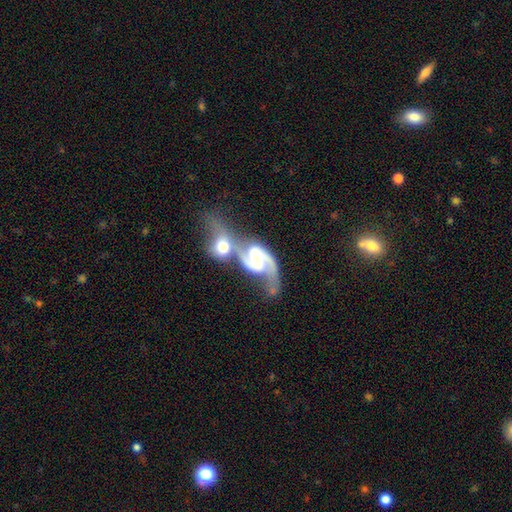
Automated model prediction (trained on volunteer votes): Smooth or featured?
  - featured or disk: 89% *
  - smooth: 6%
  - star or artifact: 5%
Edge-on disk?
  - no: 97% *
  - yes: 3%
Bar?
  - weak: 43% *
  - strong: 38%
  - no: 19%
Spiral arms?
  - yes: 97% *
  - no: 3%
Spiral winding?
  - medium: 48% *
  - loose: 40%
  - tight: 13%
Spiral arm count?
  - 2: 91% *
  - 1: 3%
  - can't tell: 3%
  - 3: 1%
  - 4: 1%
  - more than 4: 1%
Bulge size?
  - small: 44% *
  - moderate: 39%
  - none: 9%
  - large: 7%
  - dominant: 2%
Merging?
  - merger: 63% *
  - none: 21%
  - minor disturbance: 8%
  - major disturbance: 8%